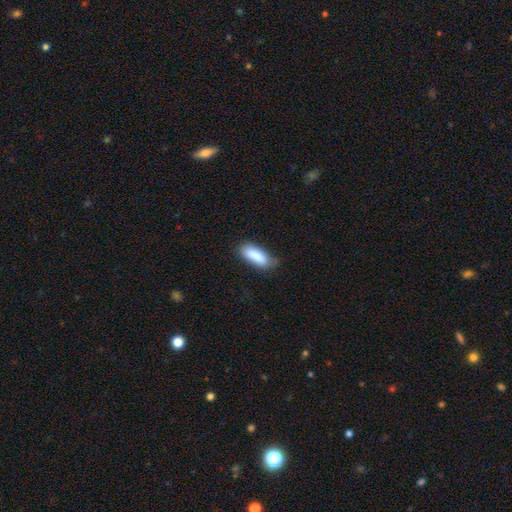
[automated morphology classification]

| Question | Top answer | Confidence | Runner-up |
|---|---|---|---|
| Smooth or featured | smooth | 87% | featured or disk (7%) |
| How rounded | in between | 68% | cigar-shaped (30%) |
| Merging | none | 70% | minor disturbance (24%) |